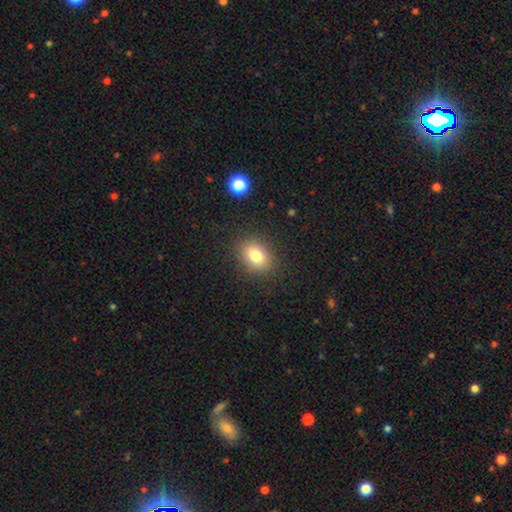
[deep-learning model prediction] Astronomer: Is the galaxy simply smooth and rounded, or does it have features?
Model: smooth — 80%.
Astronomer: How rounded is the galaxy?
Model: in between — 66%.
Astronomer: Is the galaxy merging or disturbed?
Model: none — 86%.